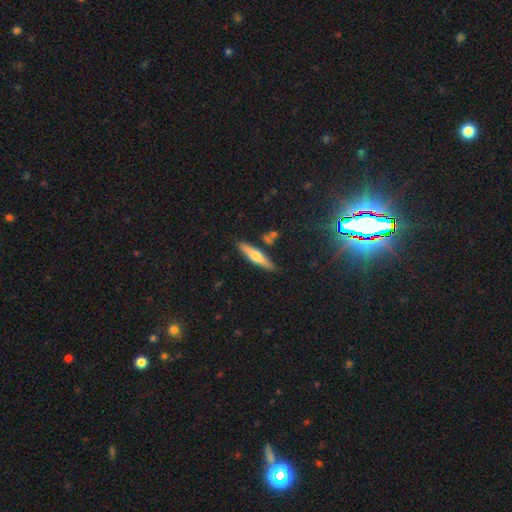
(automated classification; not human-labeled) The model was most divided on "smooth or featured": smooth: 51%, featured or disk: 42%, star or artifact: 7%. More confident: merging — none (83%); how rounded — cigar-shaped (80%).